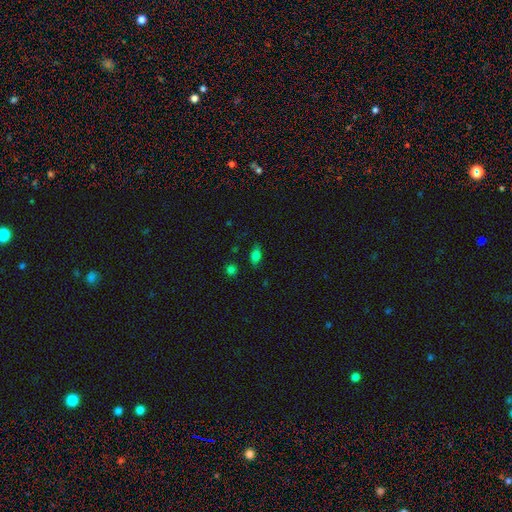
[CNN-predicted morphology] smooth 76%, star or artifact 14%, featured or disk 10%. Down the decision tree: how rounded — in between (83%); merging — none (75%).